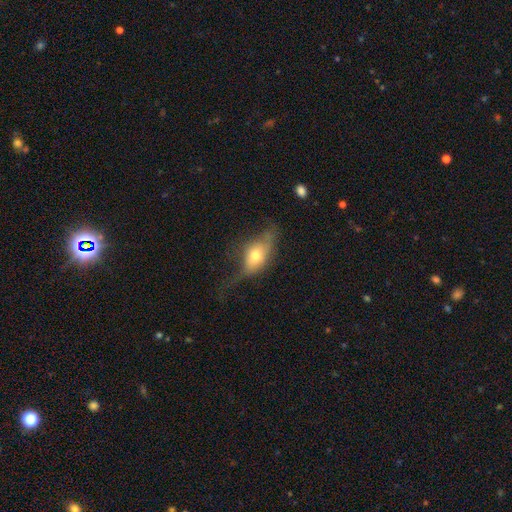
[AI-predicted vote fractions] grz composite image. It shows a smooth galaxy with no disk features (55%) that is in between round and cigar-shaped (79%). Merging: major disturbance (35%).